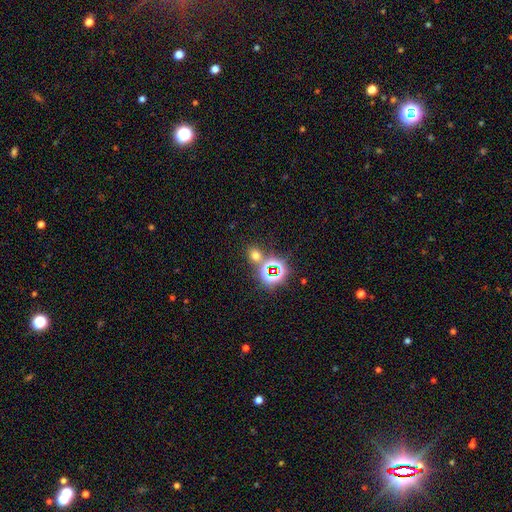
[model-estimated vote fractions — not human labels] smooth 52%, star or artifact 41%, featured or disk 7%. Down the decision tree: how rounded — round (68%); merging — none (72%).